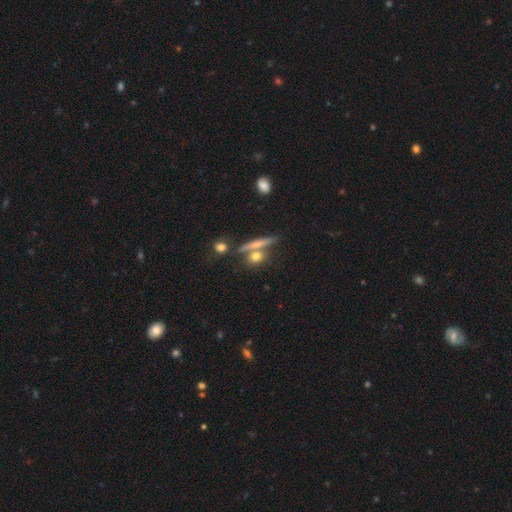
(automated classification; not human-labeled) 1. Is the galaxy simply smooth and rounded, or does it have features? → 52% smooth, 35% featured or disk, 13% star or artifact.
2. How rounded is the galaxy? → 40% cigar-shaped, 38% round, 22% in between.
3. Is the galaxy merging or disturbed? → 62% none, 23% merger, 10% minor disturbance, 5% major disturbance.